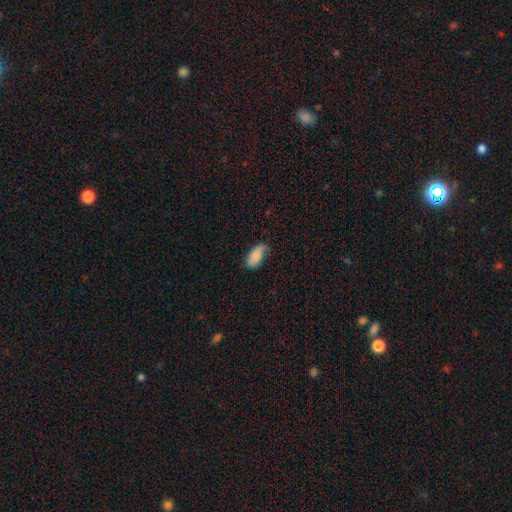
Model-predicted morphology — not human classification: smooth 80%, featured or disk 14%, star or artifact 6%. Down the decision tree: how rounded — in between (92%); merging — none (58%).